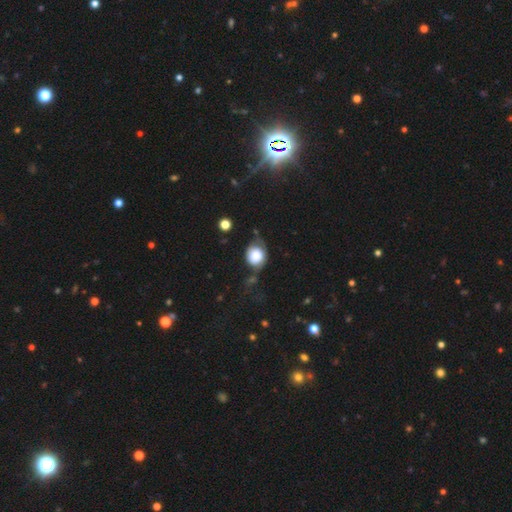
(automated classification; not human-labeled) This is likely a smooth galaxy (78%). How rounded: likely round (62%). Merging: marginally none (45%).